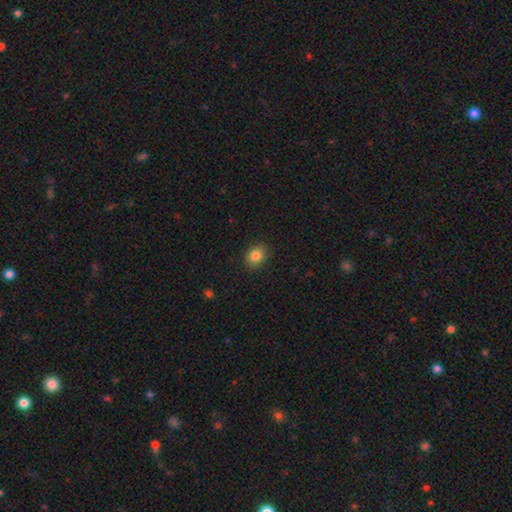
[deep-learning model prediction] smooth_or_featured: smooth (p=0.84) [alt: star or artifact p=0.10]
how_rounded: round (p=0.51) [alt: in between p=0.48]
merging: none (p=0.88) [alt: minor disturbance p=0.09]